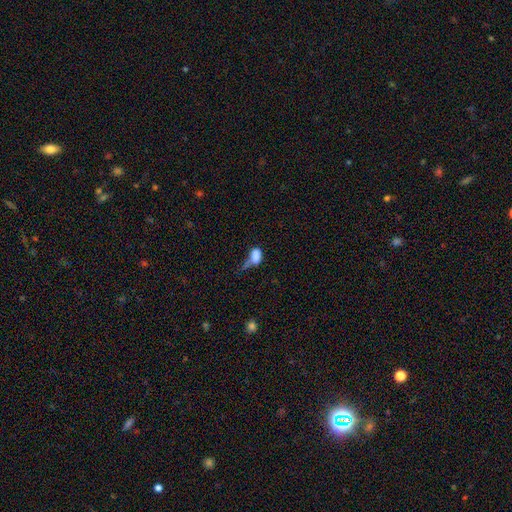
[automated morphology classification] Smooth or featured?
  - smooth: 76% *
  - featured or disk: 13%
  - star or artifact: 11%
How rounded?
  - in between: 82% *
  - round: 14%
  - cigar-shaped: 4%
Merging?
  - major disturbance: 34% *
  - merger: 23%
  - minor disturbance: 22%
  - none: 21%